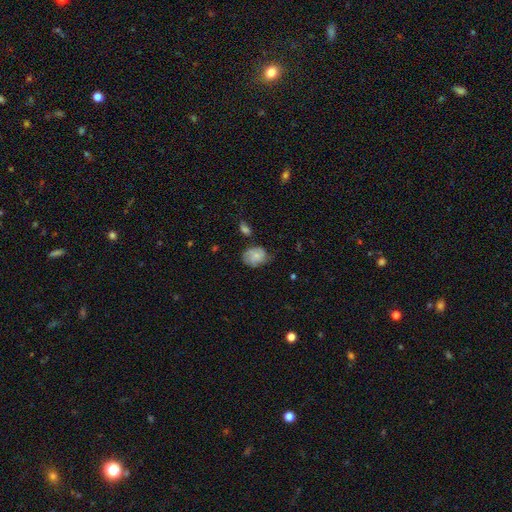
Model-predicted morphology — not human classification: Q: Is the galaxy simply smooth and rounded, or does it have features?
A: smooth — 52%.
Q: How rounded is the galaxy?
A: in between — 59%.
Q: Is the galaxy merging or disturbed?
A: none — 53%.